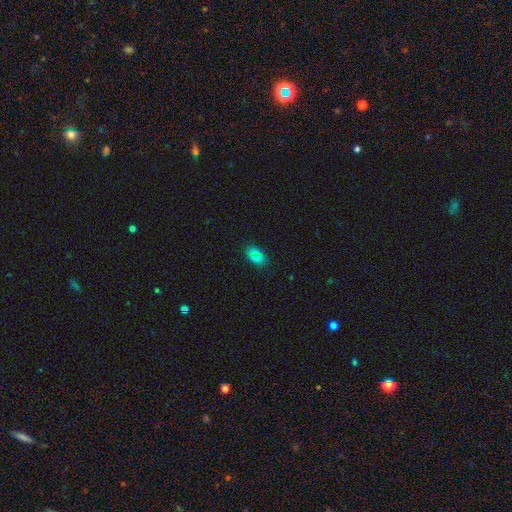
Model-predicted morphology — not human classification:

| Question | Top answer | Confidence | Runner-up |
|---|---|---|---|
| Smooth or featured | smooth | 72% | star or artifact (19%) |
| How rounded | in between | 86% | round (11%) |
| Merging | none | 79% | minor disturbance (14%) |